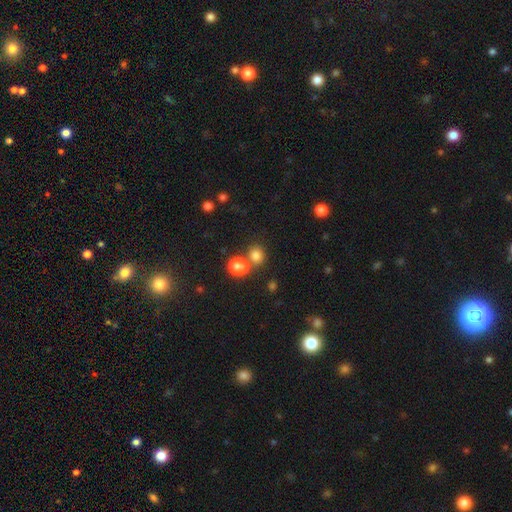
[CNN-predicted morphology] A smooth galaxy with no disk features (80%) that is round (65%). Merging: none (51%).